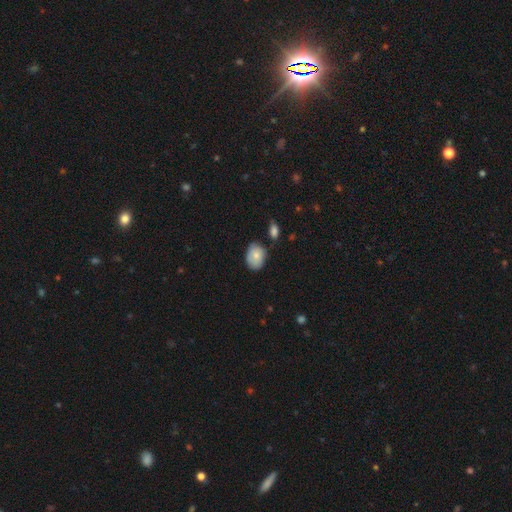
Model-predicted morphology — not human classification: This appears to be a smooth galaxy with no disk features (75%) that is in between round and cigar-shaped (66%). Merging: none (64%).